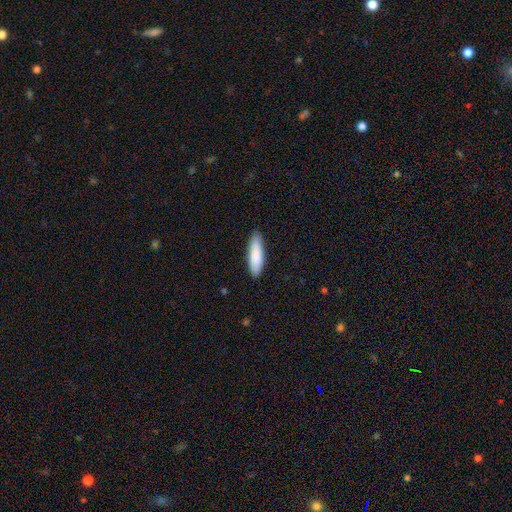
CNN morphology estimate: Smooth or featured?
  - smooth: 85% *
  - featured or disk: 10%
  - star or artifact: 5%
How rounded?
  - cigar-shaped: 61% *
  - in between: 38%
  - round: 1%
Merging?
  - none: 86% *
  - minor disturbance: 11%
  - major disturbance: 2%
  - merger: 1%